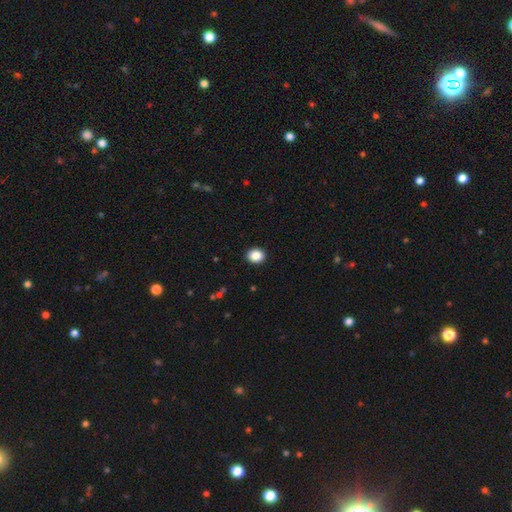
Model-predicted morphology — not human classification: This is clearly a smooth galaxy (89%). How rounded: likely round (65%). Merging: clearly none (92%).